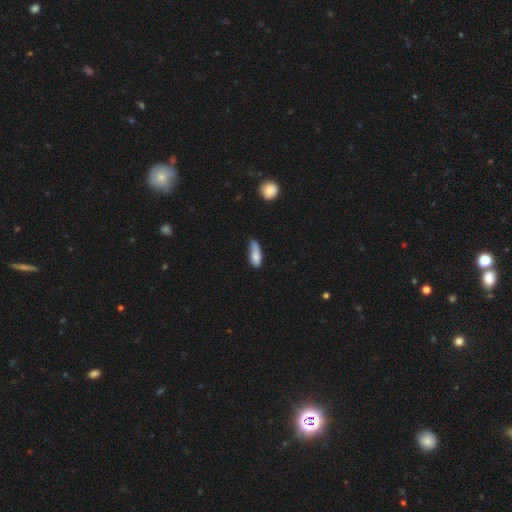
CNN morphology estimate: A smooth galaxy with no disk features (79%) that is in between round and cigar-shaped (66%).

Vote fractions:
- Smooth or featured? smooth: 79% / featured or disk: 13% / star or artifact: 7%
- How rounded? in between: 66% / cigar-shaped: 31% / round: 3%
- Merging? minor disturbance: 46% / none: 35% / major disturbance: 15% / merger: 4%